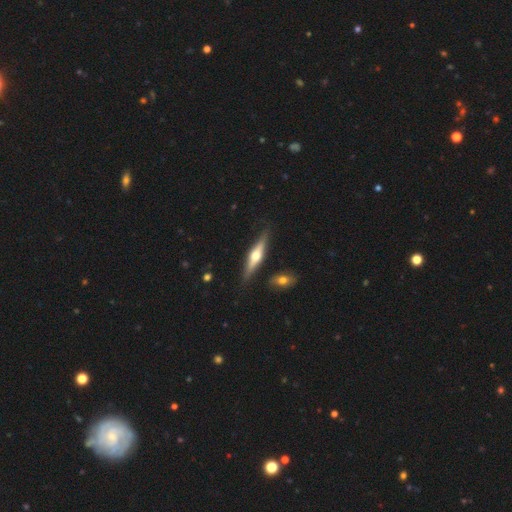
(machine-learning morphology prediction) Smooth or featured: featured or disk — 64% (smooth — 30%)
Edge-on disk: yes — 95% (no — 5%)
Edge-on bulge: rounded — 93% (boxy — 4%)
Merging: none — 85% (minor disturbance — 10%)